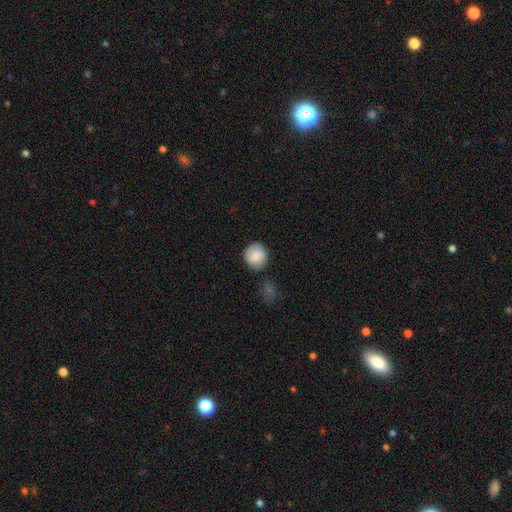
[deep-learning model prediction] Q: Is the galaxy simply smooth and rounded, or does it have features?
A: smooth — 81%.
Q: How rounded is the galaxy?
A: round — 90%.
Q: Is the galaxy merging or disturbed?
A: none — 81%.